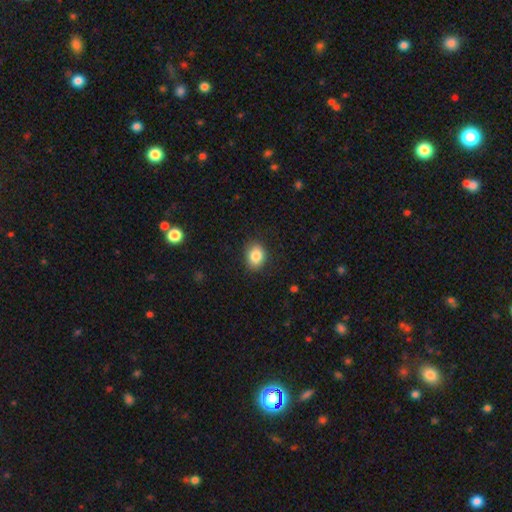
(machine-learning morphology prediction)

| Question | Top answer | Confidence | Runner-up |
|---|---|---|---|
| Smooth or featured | smooth | 85% | star or artifact (8%) |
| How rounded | in between | 56% | round (43%) |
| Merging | none | 85% | minor disturbance (11%) |